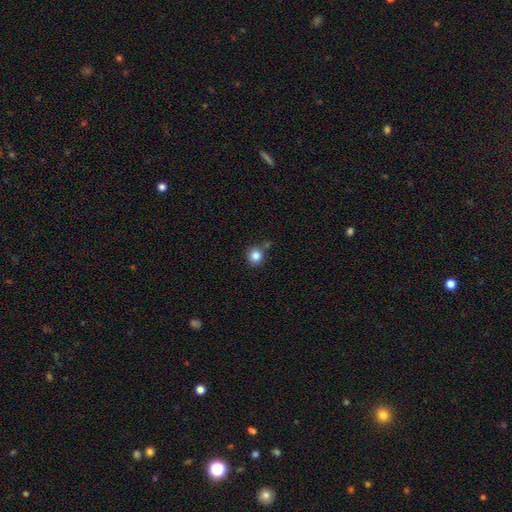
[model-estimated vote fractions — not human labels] Smooth or featured?
  - smooth: 85% *
  - star or artifact: 11%
  - featured or disk: 5%
How rounded?
  - round: 89% *
  - in between: 10%
  - cigar-shaped: 1%
Merging?
  - none: 73% *
  - minor disturbance: 14%
  - merger: 9%
  - major disturbance: 4%